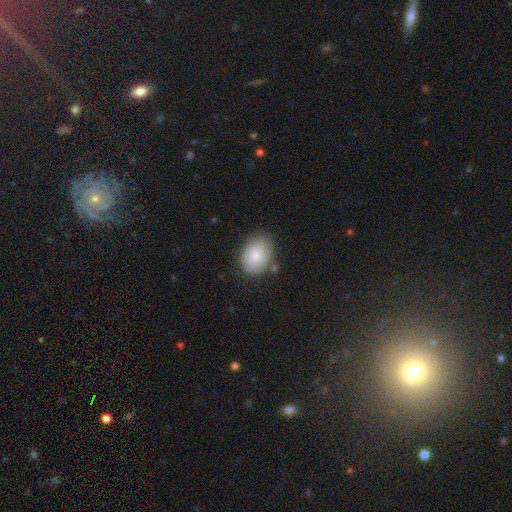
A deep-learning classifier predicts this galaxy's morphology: smooth-or-featured: smooth: 82% | featured or disk: 11% | star or artifact: 7%
  how-rounded: in between: 74% | round: 25% | cigar-shaped: 1%
  merging: none: 77% | minor disturbance: 16% | major disturbance: 4% | merger: 3%